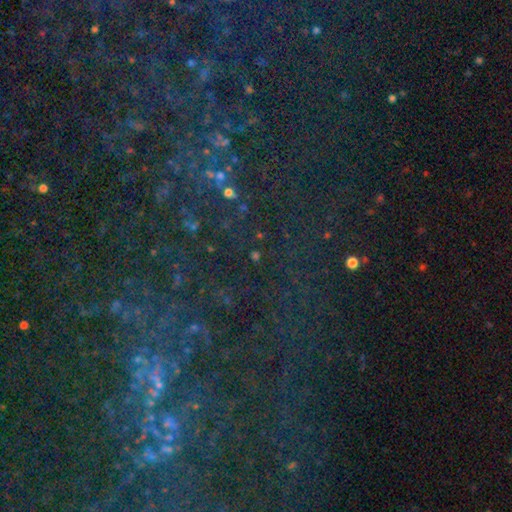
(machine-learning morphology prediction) Q: Smooth or featured?
A: star or artifact (72%); runner-up: smooth (18%)